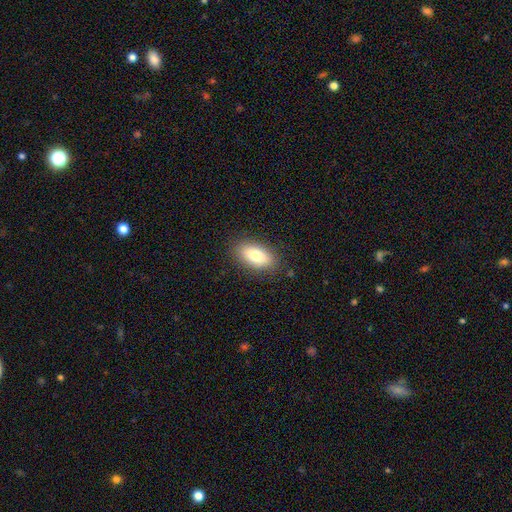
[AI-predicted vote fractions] Smooth or featured? Predicted: smooth (p=0.78). How rounded? Predicted: in between (p=0.89). Merging? Predicted: none (p=0.86).